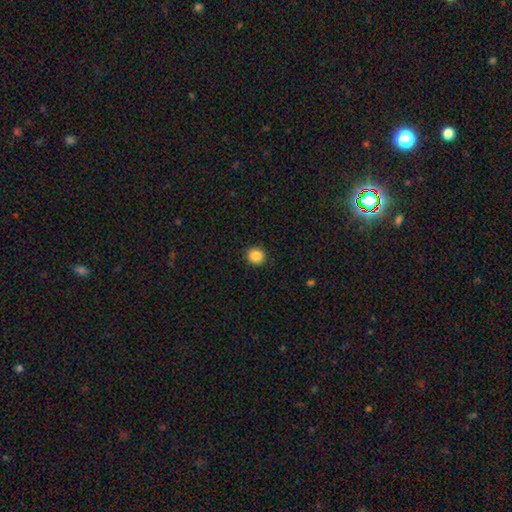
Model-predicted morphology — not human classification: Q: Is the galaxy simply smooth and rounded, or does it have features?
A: smooth — 86%.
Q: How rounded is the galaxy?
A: round — 82%.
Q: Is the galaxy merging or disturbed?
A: none — 91%.